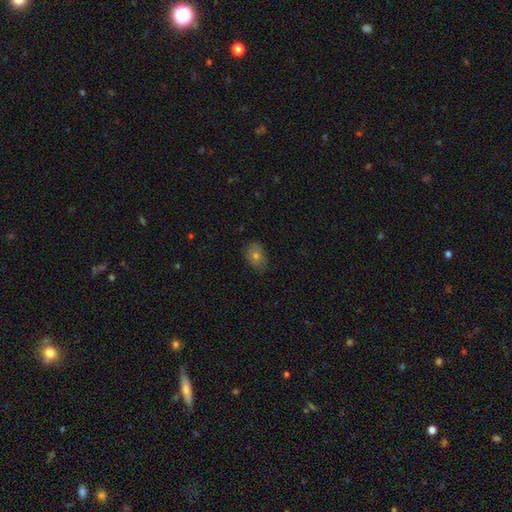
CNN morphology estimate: type=smooth (65%); roundness=in between (67%); merging=none (78%).